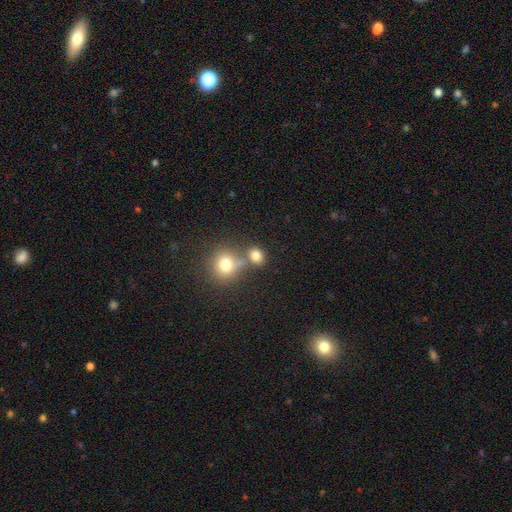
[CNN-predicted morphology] smooth 79%, star or artifact 13%, featured or disk 7%. Down the decision tree: how rounded — round (69%); merging — none (57%).